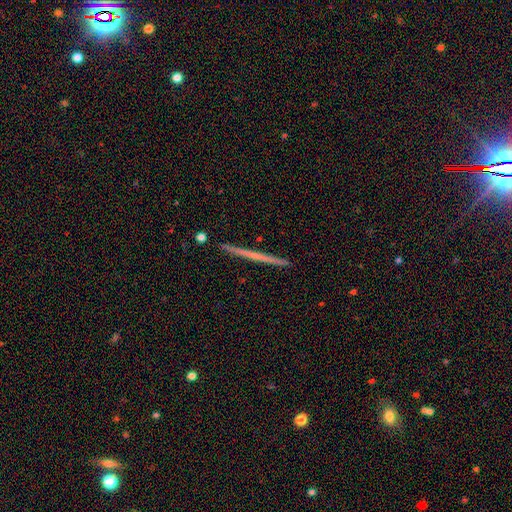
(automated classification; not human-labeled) The model was most divided on "smooth or featured": featured or disk: 57%, smooth: 36%, star or artifact: 7%. More confident: edge-on disk — yes (98%); merging — none (93%); edge-on bulge — none (87%).